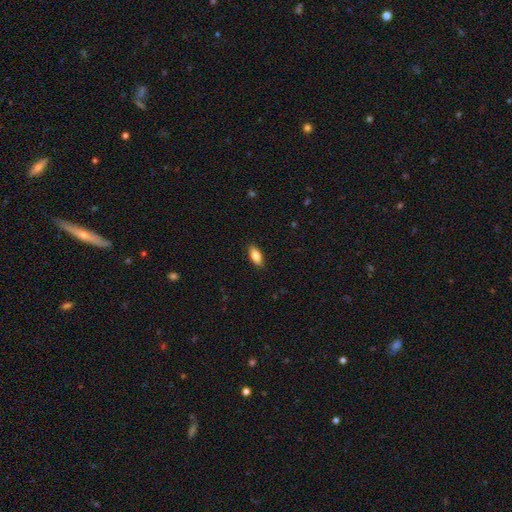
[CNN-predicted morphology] A smooth galaxy with no disk features (81%) that is in between round and cigar-shaped (84%).

Vote fractions:
- Smooth or featured? smooth: 81% / featured or disk: 12% / star or artifact: 7%
- How rounded? in between: 84% / cigar-shaped: 13% / round: 3%
- Merging? none: 89% / minor disturbance: 8% / major disturbance: 2% / merger: 1%